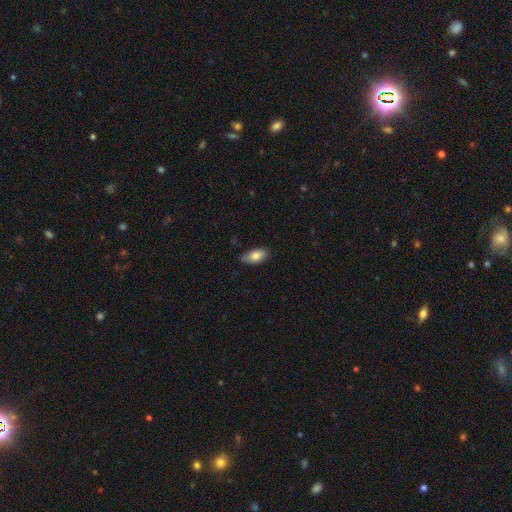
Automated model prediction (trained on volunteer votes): This is clearly a smooth galaxy (82%). How rounded: clearly in between (92%). Merging: likely none (78%).